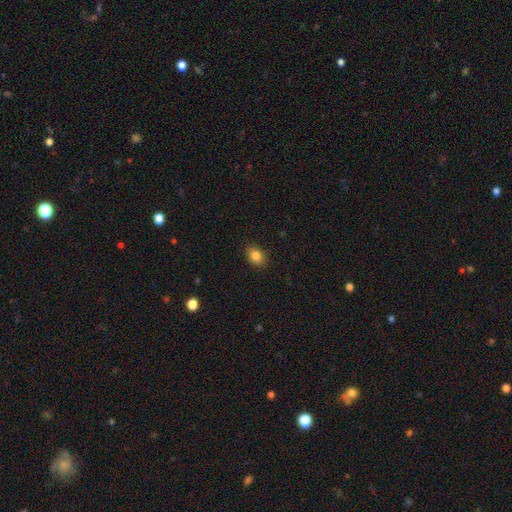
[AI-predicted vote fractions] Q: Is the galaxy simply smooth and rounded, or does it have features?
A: smooth — 83%.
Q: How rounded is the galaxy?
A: in between — 67%.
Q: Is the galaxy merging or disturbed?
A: none — 88%.